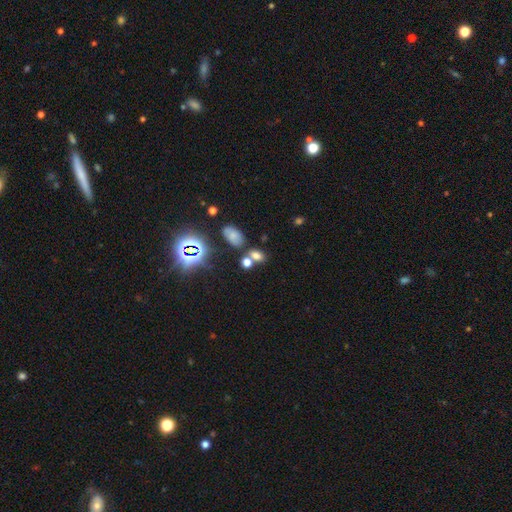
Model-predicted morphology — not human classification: This appears to be a smooth galaxy with no disk features (65%) that is in between round and cigar-shaped (77%). Merging: none (52%).